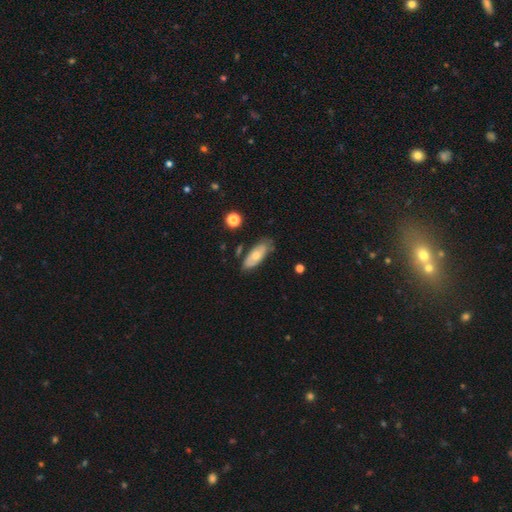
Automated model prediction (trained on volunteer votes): Smooth or featured: smooth — 55% (featured or disk — 39%)
How rounded: in between — 79% (cigar-shaped — 18%)
Merging: none — 69% (minor disturbance — 22%)